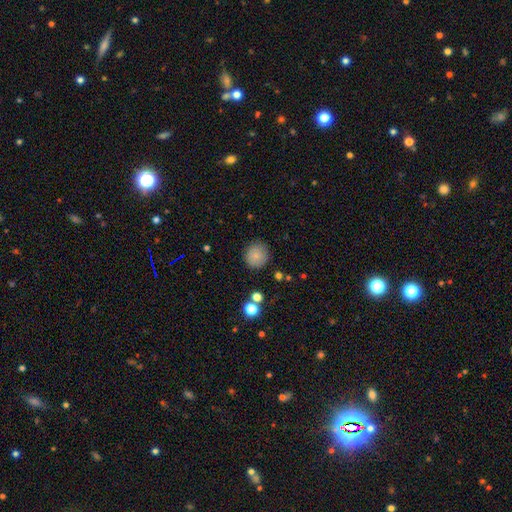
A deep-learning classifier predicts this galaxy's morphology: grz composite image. It shows a smooth galaxy with no disk features (82%) that is round (92%). Merging: none (86%).